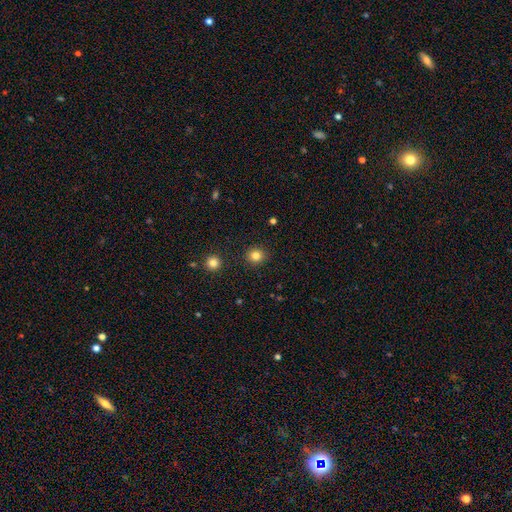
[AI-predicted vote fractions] Overall: smooth (82%). How rounded: round (88%). Merging: none (91%).